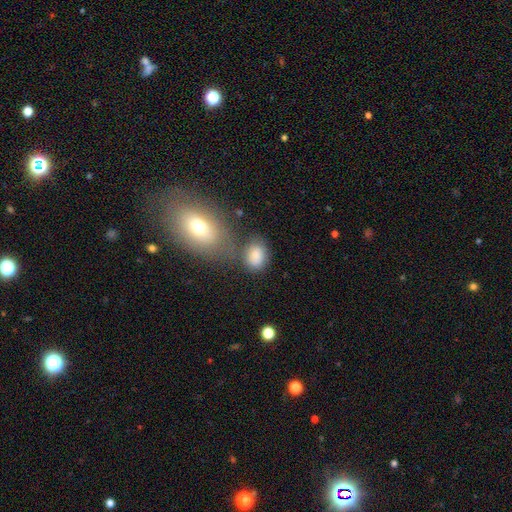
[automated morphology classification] Smooth or featured: smooth — 83% (star or artifact — 9%)
How rounded: in between — 71% (round — 28%)
Merging: none — 56% (merger — 19%)